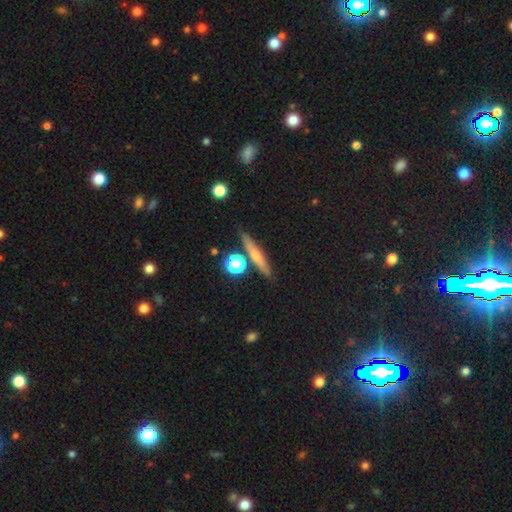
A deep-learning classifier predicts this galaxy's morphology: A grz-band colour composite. It shows a smooth galaxy with no disk features (55%) that is cigar-shaped (81%). Merging: none (82%).